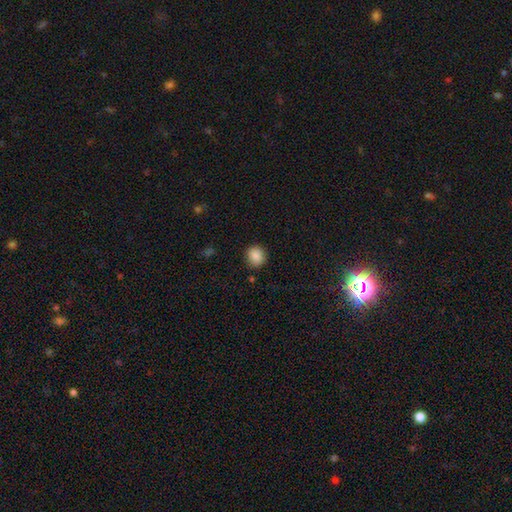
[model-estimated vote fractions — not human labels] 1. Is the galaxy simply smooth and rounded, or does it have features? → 87% smooth, 9% star or artifact, 4% featured or disk.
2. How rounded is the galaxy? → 80% round, 19% in between, 1% cigar-shaped.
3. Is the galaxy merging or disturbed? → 87% none, 9% minor disturbance, 2% major disturbance, 2% merger.